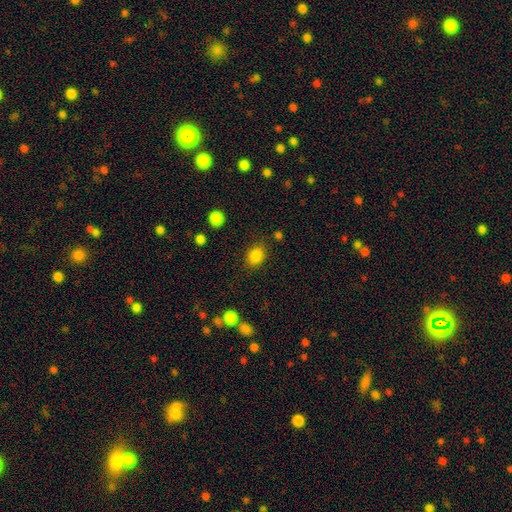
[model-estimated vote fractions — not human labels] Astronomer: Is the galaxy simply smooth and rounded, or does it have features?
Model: smooth — 85%.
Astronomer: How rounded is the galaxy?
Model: in between — 55% (runner-up: round, 44%).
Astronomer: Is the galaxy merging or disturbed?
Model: none — 82%.